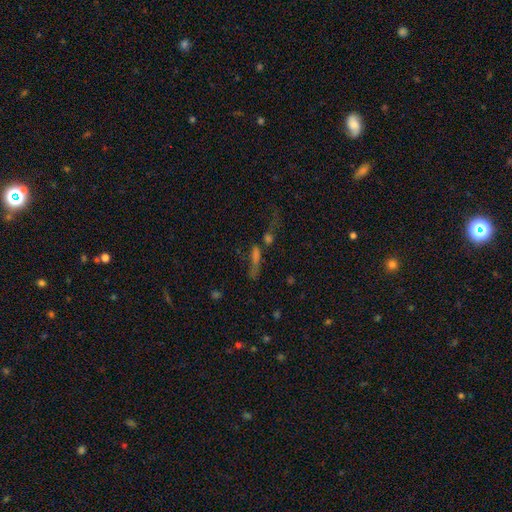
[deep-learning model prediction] smooth 36%, star or artifact 32%, featured or disk 31%. Down the decision tree: merging — none (40%).